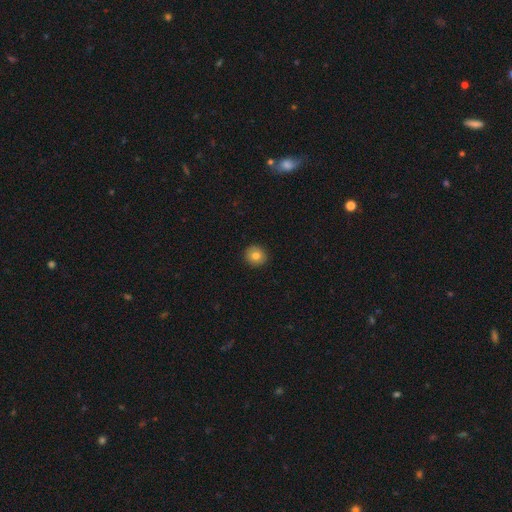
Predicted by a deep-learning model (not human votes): Smooth or featured: smooth — 80% (featured or disk — 10%)
How rounded: round — 93% (in between — 6%)
Merging: none — 93% (minor disturbance — 5%)